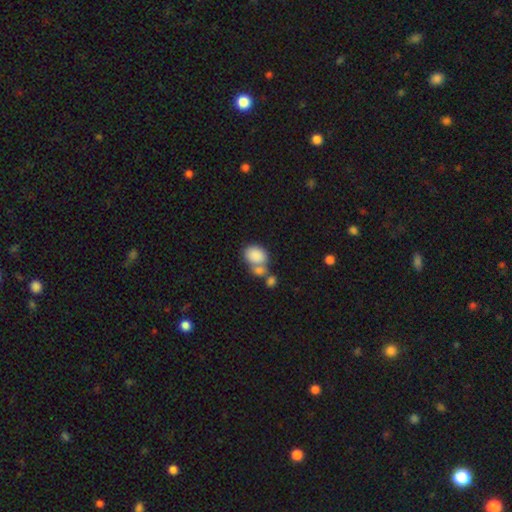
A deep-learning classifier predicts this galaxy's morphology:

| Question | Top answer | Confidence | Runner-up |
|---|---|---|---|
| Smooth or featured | smooth | 84% | featured or disk (8%) |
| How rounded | in between | 70% | round (29%) |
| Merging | merger | 44% | none (37%) |